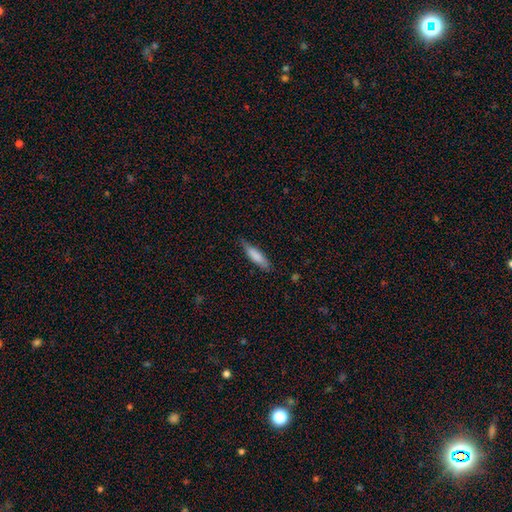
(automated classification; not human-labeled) Morphology: type=smooth (79%); roundness=cigar-shaped (75%); merging=none (75%).